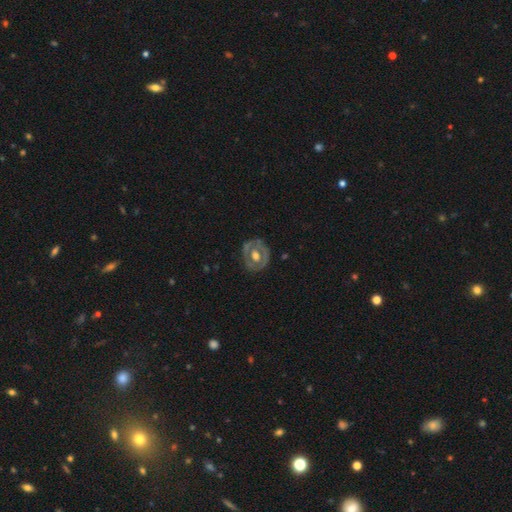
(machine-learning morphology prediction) This is likely a featured or disk galaxy (65%). It is clearly not viewed edge-on (95%). Bar: likely no (67%). Spiral arm pattern: likely no (69%). Central bulge: likely moderate (64%). Merging: likely none (77%).